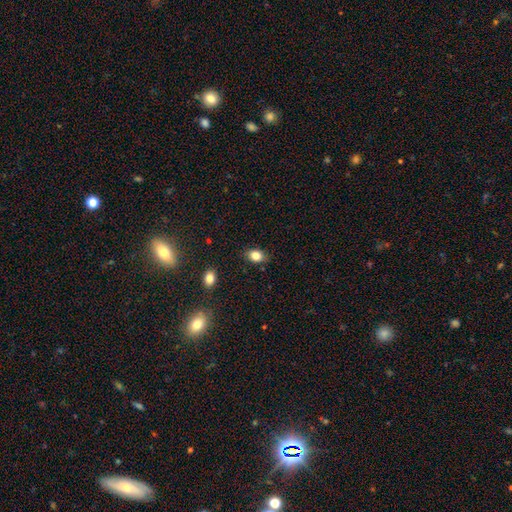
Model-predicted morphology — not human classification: Smooth or featured? Predicted: smooth (p=0.83). How rounded? Predicted: in between (p=0.75). Merging? Predicted: none (p=0.85).